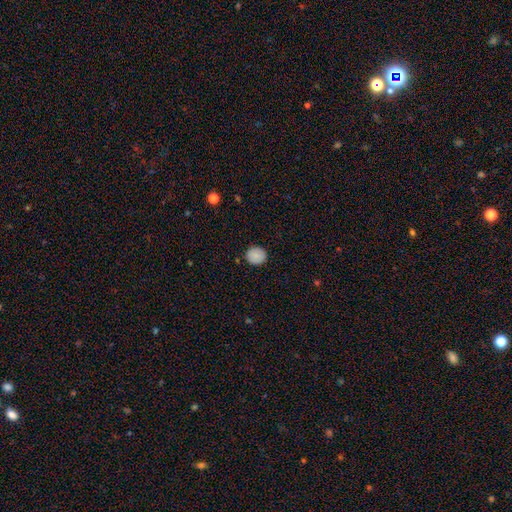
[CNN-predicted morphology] Smooth or featured? Predicted: smooth (p=0.86). How rounded? Predicted: round (p=0.84). Merging? Predicted: none (p=0.88).